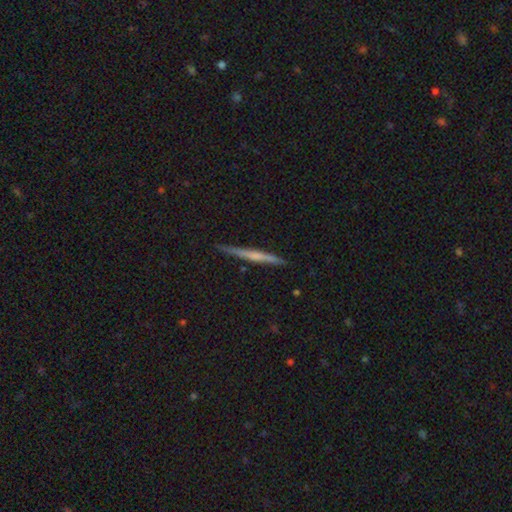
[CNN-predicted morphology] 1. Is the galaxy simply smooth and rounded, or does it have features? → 57% featured or disk, 37% smooth, 6% star or artifact.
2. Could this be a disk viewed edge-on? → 98% yes, 2% no.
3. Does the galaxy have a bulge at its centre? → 55% none, 34% rounded, 11% boxy.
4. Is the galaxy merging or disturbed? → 89% none, 8% minor disturbance, 1% major disturbance, 1% merger.